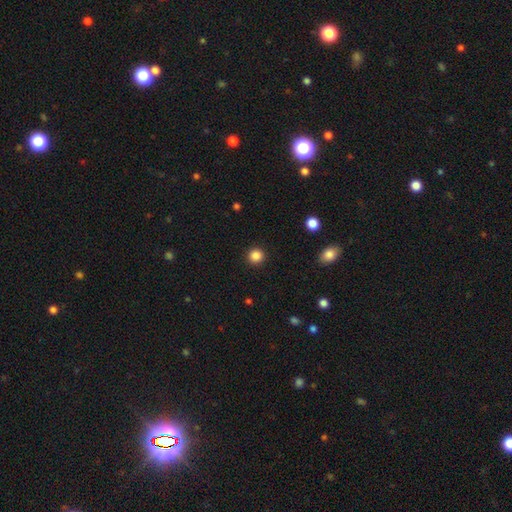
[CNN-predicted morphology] Q: Smooth or featured?
A: smooth (86%); runner-up: star or artifact (11%)
Q: How rounded?
A: round (94%); runner-up: in between (5%)
Q: Merging?
A: none (92%); runner-up: minor disturbance (5%)